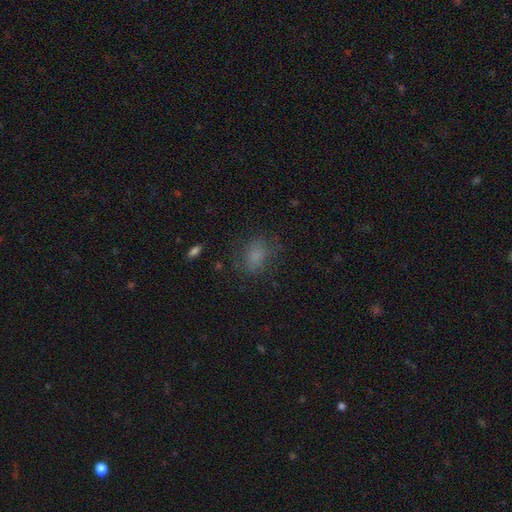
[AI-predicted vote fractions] This appears to be a smooth galaxy with no disk features (77%) that is in between round and cigar-shaped (68%). Merging: none (69%).